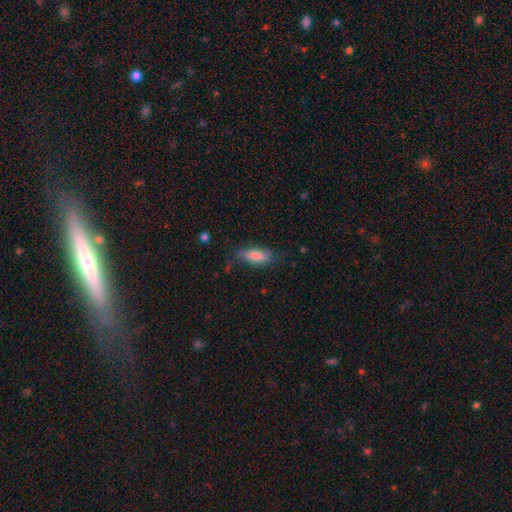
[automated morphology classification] smooth 80%, featured or disk 13%, star or artifact 7%. Down the decision tree: how rounded — in between (76%); merging — none (71%).